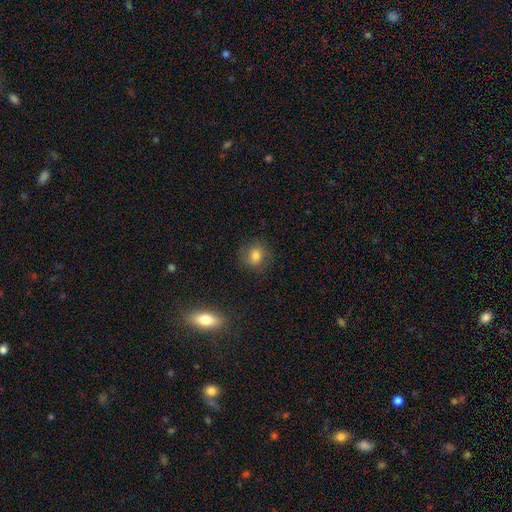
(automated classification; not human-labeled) Q: Smooth or featured?
A: smooth (74%); runner-up: featured or disk (14%)
Q: How rounded?
A: round (77%); runner-up: in between (22%)
Q: Merging?
A: none (81%); runner-up: minor disturbance (13%)